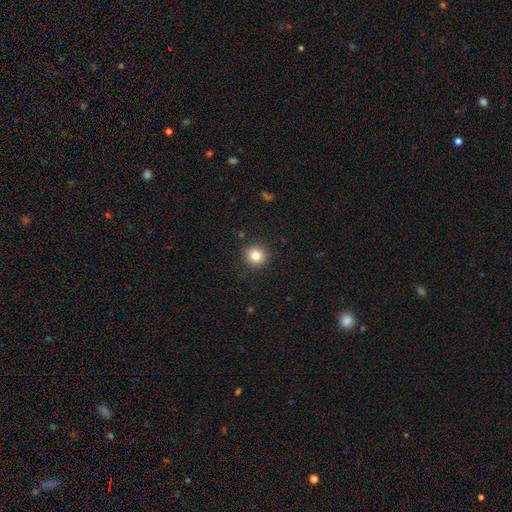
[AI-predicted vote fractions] Smooth or featured?
  - smooth: 82% *
  - star or artifact: 11%
  - featured or disk: 6%
How rounded?
  - round: 93% *
  - in between: 6%
  - cigar-shaped: 1%
Merging?
  - none: 91% *
  - minor disturbance: 6%
  - major disturbance: 2%
  - merger: 1%